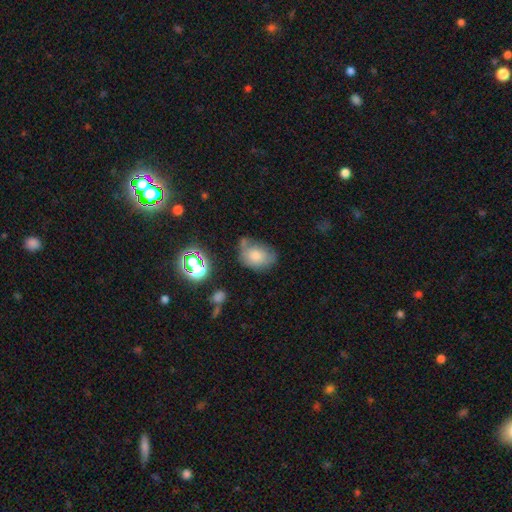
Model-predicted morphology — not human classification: Smooth or featured: smooth — 72% (featured or disk — 17%)
How rounded: in between — 73% (round — 26%)
Merging: none — 44% (minor disturbance — 32%)